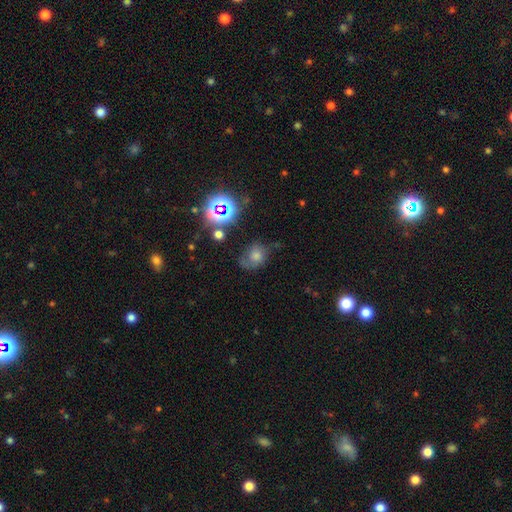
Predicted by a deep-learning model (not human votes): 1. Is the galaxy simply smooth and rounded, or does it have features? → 51% smooth, 29% featured or disk, 20% star or artifact.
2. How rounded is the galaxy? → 50% in between, 49% round, 1% cigar-shaped.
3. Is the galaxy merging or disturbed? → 45% none, 29% minor disturbance, 21% major disturbance, 4% merger.